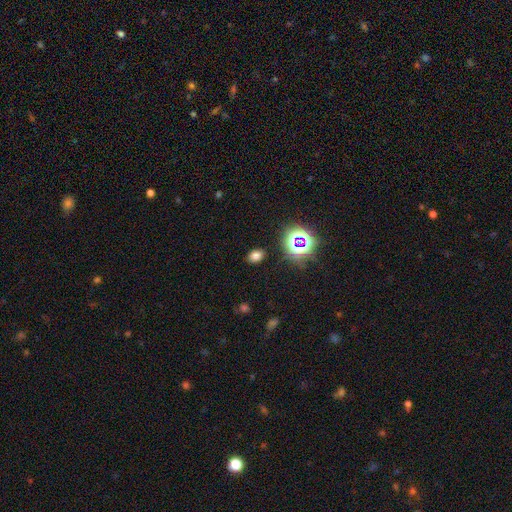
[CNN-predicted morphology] A smooth galaxy with no disk features (70%) that is in between round and cigar-shaped (70%). Merging: none (87%).